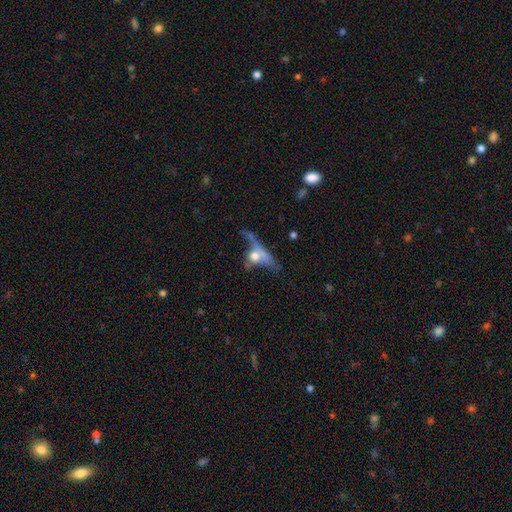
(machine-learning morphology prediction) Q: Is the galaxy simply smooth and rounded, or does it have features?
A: smooth — 50%.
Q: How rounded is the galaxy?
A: in between — 48%.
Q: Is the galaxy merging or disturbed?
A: major disturbance — 36%.